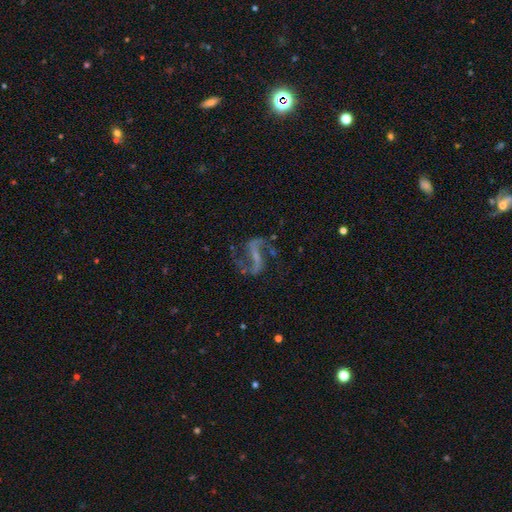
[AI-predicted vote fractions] Smooth or featured: featured or disk — 87% (star or artifact — 7%)
Edge-on disk: no — 96% (yes — 4%)
Bar: strong — 53% (weak — 32%)
Spiral arms: yes — 95% (no — 5%)
Spiral winding: loose — 67% (medium — 28%)
Spiral arm count: 2 — 93% (1 — 2%)
Bulge size: small — 45% (none — 40%)
Merging: none — 69% (minor disturbance — 14%)